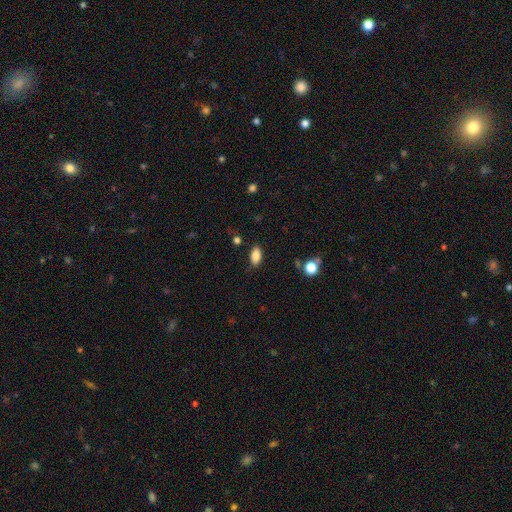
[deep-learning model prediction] Smooth or featured? Predicted: smooth (p=0.84). How rounded? Predicted: in between (p=0.90). Merging? Predicted: none (p=0.84).